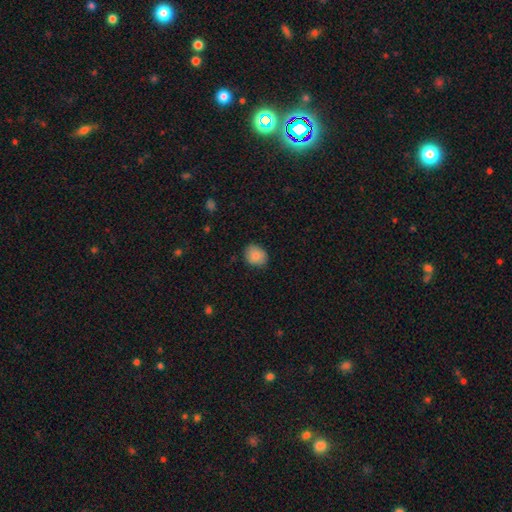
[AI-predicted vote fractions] Smooth or featured?
  - smooth: 86% *
  - star or artifact: 8%
  - featured or disk: 6%
How rounded?
  - round: 61% *
  - in between: 38%
  - cigar-shaped: 1%
Merging?
  - none: 83% *
  - minor disturbance: 13%
  - major disturbance: 3%
  - merger: 1%